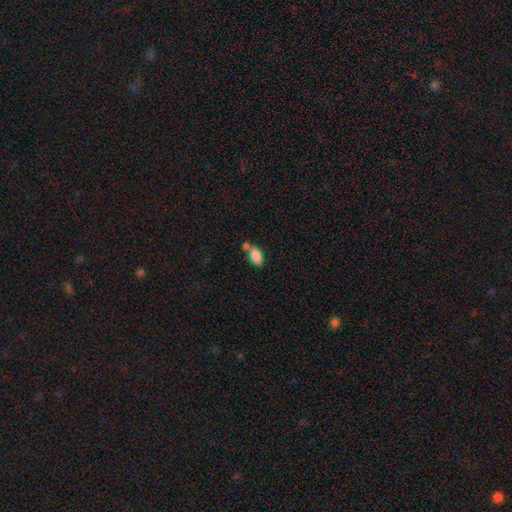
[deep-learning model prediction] The model was most divided on "merging": none: 60%, merger: 23%, minor disturbance: 14%, major disturbance: 4%. More confident: how rounded — in between (92%); smooth or featured — smooth (86%).